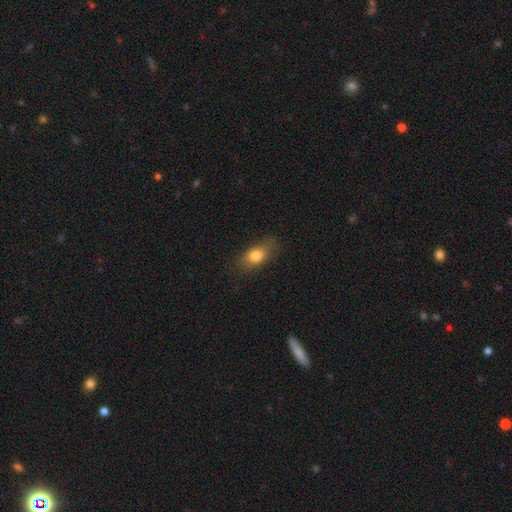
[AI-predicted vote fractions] smooth 78%, featured or disk 13%, star or artifact 9%. Down the decision tree: how rounded — in between (78%); merging — none (77%).